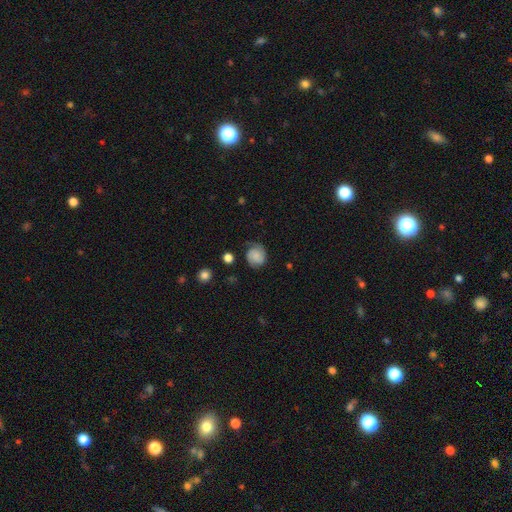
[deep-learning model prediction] A smooth galaxy with no disk features (53%) that is round (76%). Merging: none (69%).